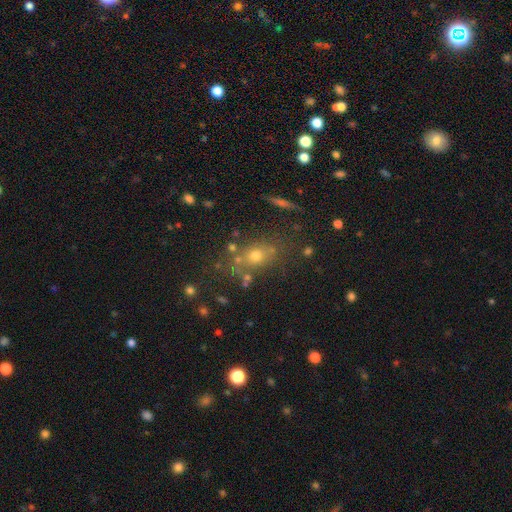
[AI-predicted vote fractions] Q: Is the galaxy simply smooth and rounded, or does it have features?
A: smooth — 62%.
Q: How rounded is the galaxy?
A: in between — 48%.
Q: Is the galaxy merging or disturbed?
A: none — 68%.